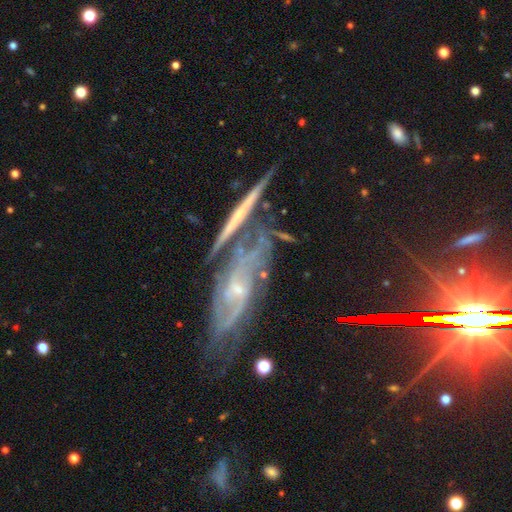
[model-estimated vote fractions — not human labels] A featured or disk galaxy (78%) with no bar (54%), spiral arms (87%) and a small central bulge (71%). Merging: none (45%).